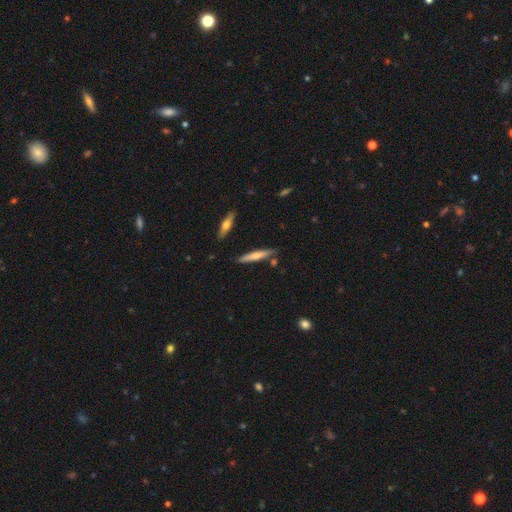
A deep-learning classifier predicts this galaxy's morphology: Smooth or featured? smooth (56%)
How rounded? cigar-shaped (90%)
Merging? none (82%)